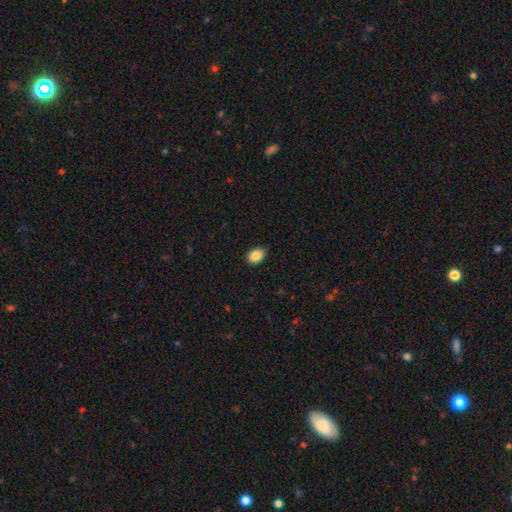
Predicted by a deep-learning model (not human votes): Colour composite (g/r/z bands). It shows a smooth galaxy with no disk features (88%) that is in between round and cigar-shaped (77%). Merging: none (88%).